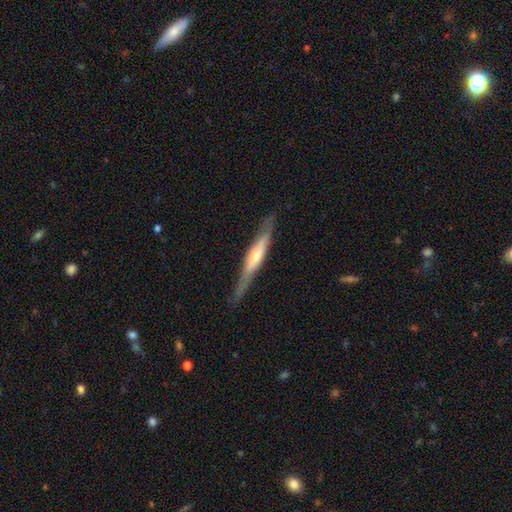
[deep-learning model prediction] featured or disk 62%, smooth 32%, star or artifact 6%. Down the decision tree: edge-on disk — yes (92%); edge-on bulge — rounded (72%); merging — none (84%).